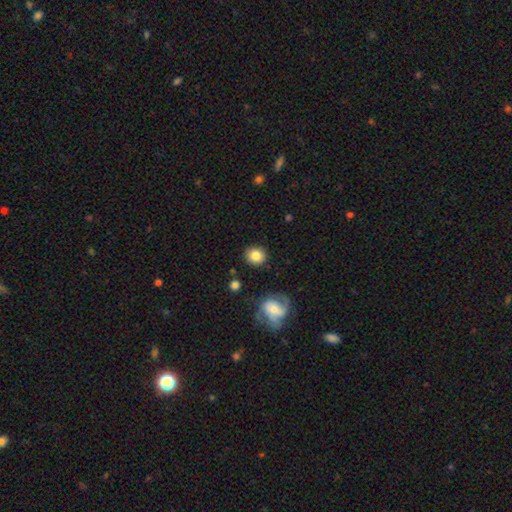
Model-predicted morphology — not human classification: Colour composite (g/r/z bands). It shows a smooth galaxy with no disk features (82%) that is round (85%). Merging: none (86%).